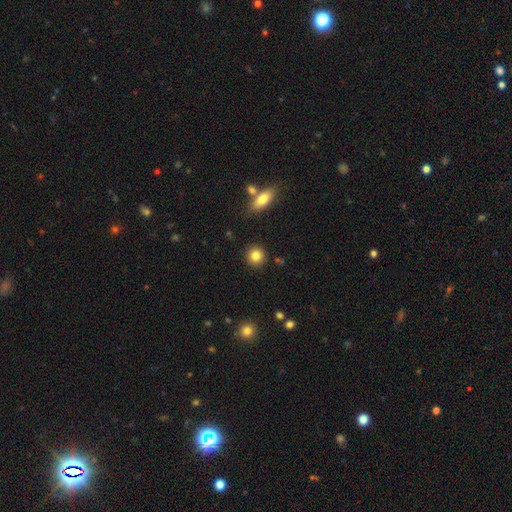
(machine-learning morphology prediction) smooth 85%, star or artifact 9%, featured or disk 6%. Down the decision tree: how rounded — round (91%); merging — none (90%).